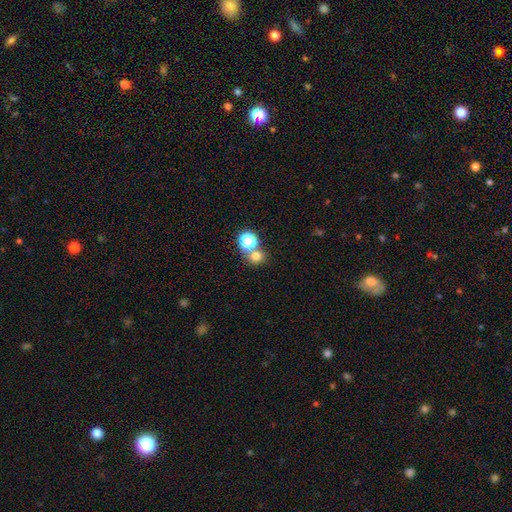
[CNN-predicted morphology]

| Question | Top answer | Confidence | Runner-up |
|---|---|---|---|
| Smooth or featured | smooth | 73% | star or artifact (20%) |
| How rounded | round | 80% | in between (19%) |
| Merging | none | 59% | merger (30%) |